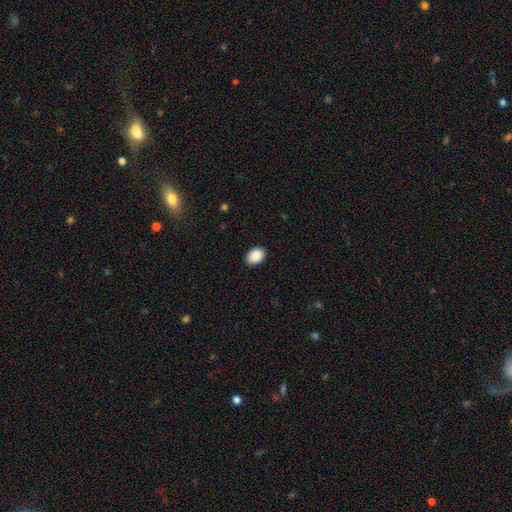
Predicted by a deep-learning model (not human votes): Morphology: type=smooth (90%); roundness=in between (81%); merging=none (89%).